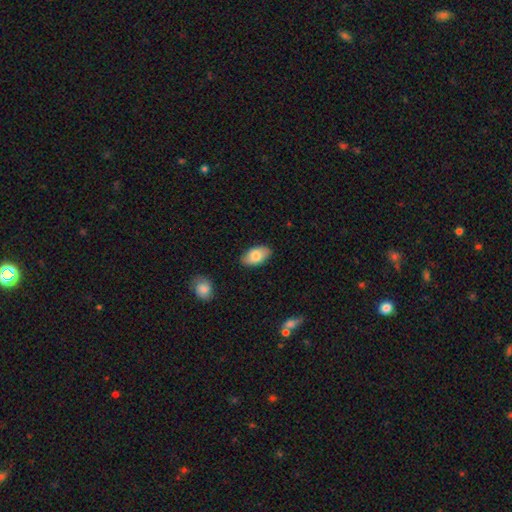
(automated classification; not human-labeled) Morphology: type=smooth (82%); roundness=in between (94%); merging=none (86%).